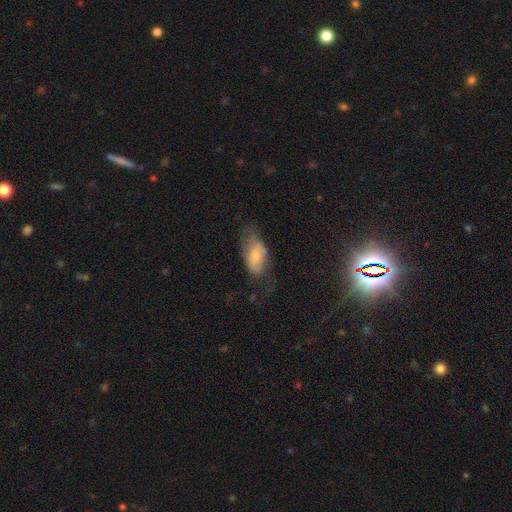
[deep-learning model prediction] This appears to be a smooth galaxy with no disk features (59%) that is in between round and cigar-shaped (91%). Merging: none (43%).